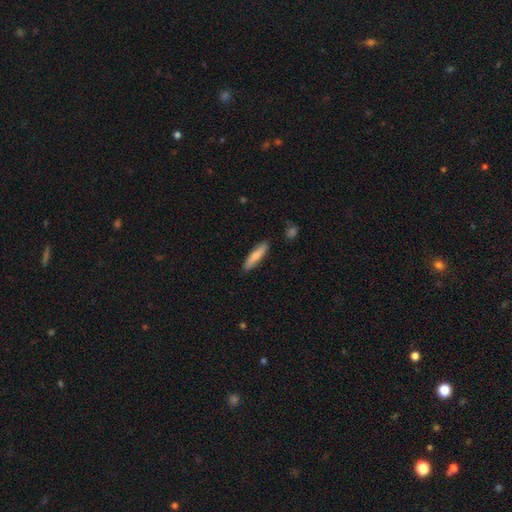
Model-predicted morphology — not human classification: Smooth or featured?
  - smooth: 75% *
  - featured or disk: 19%
  - star or artifact: 6%
How rounded?
  - cigar-shaped: 80% *
  - in between: 19%
  - round: 2%
Merging?
  - none: 86% *
  - minor disturbance: 11%
  - major disturbance: 2%
  - merger: 2%